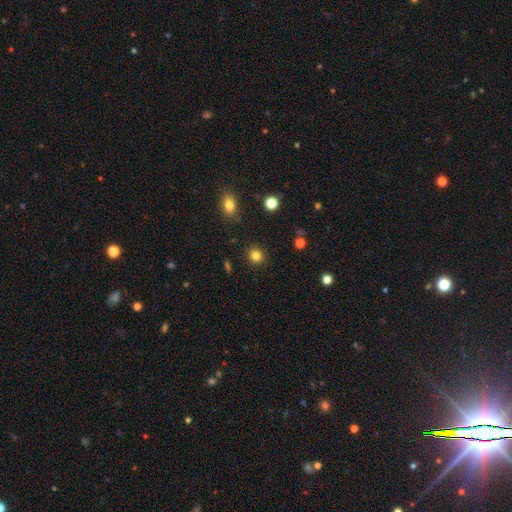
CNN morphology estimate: smooth-or-featured: smooth: 83% | star or artifact: 12% | featured or disk: 5%
  how-rounded: round: 87% | in between: 12% | cigar-shaped: 1%
  merging: none: 90% | minor disturbance: 7% | major disturbance: 2% | merger: 1%